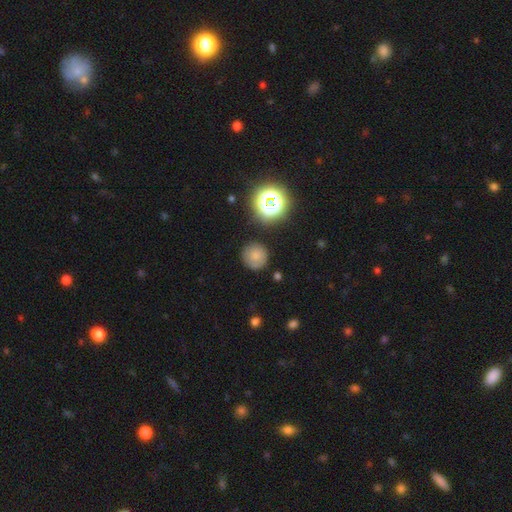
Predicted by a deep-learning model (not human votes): smooth-or-featured: smooth: 74% | star or artifact: 17% | featured or disk: 9%
  how-rounded: round: 92% | in between: 7% | cigar-shaped: 1%
  merging: none: 82% | minor disturbance: 12% | major disturbance: 4% | merger: 2%